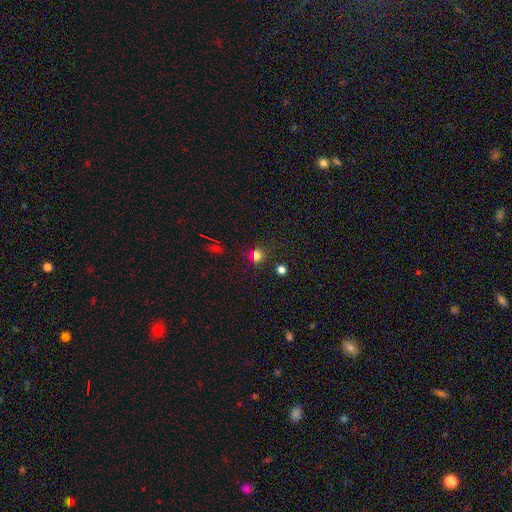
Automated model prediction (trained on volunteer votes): Smooth or featured? Predicted: smooth (p=0.72). How rounded? Predicted: round (p=0.82). Merging? Predicted: none (p=0.82).